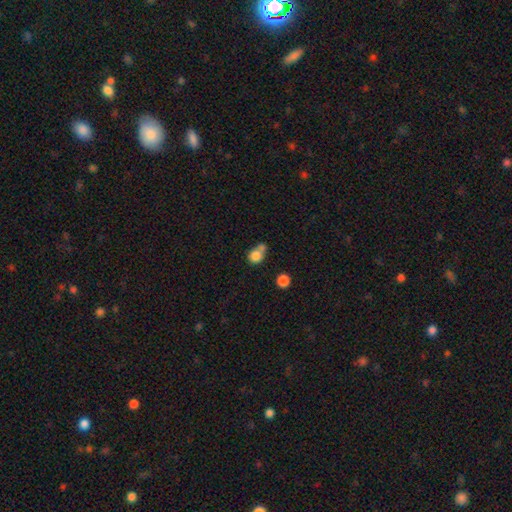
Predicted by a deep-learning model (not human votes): A smooth galaxy with no disk features (80%) that is round (75%). Merging: merger (43%).